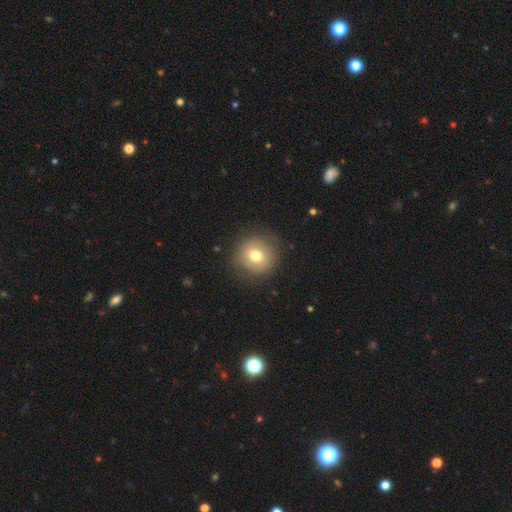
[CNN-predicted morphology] Overall: smooth (70%). How rounded: round (92%). Merging: none (83%).